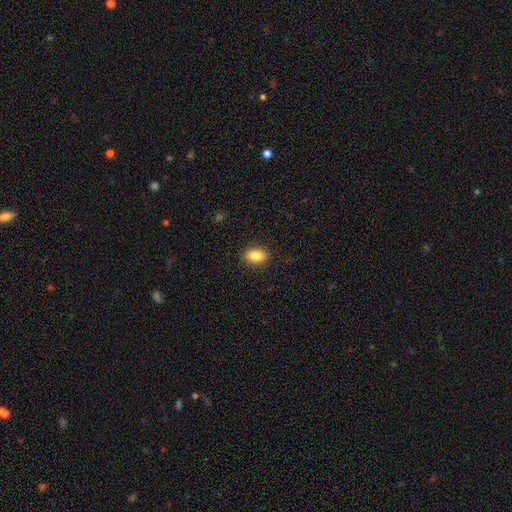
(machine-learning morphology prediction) Smooth or featured? Predicted: smooth (p=0.86). How rounded? Predicted: in between (p=0.86). Merging? Predicted: none (p=0.88).